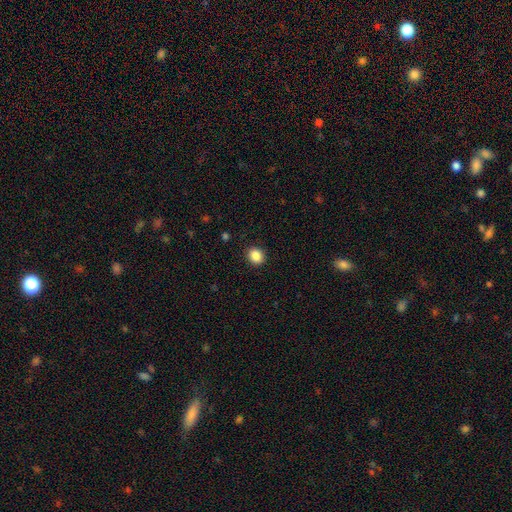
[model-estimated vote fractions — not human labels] A smooth galaxy with no disk features (87%) that is round (70%).

Vote fractions:
- Smooth or featured? smooth: 87% / star or artifact: 10% / featured or disk: 4%
- How rounded? round: 70% / in between: 29% / cigar-shaped: 1%
- Merging? none: 91% / minor disturbance: 6% / major disturbance: 2% / merger: 1%